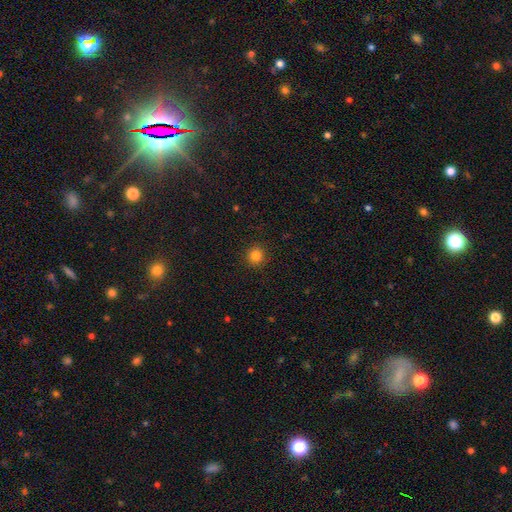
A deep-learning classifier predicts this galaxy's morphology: Smooth or featured? smooth (83%)
How rounded? round (93%)
Merging? none (92%)